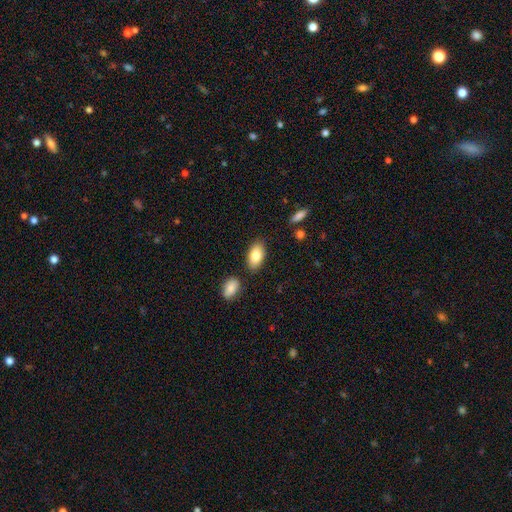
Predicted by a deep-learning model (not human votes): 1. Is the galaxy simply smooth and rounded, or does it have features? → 82% smooth, 11% featured or disk, 7% star or artifact.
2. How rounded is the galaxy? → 93% in between, 4% round, 3% cigar-shaped.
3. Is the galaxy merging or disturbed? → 83% none, 10% minor disturbance, 4% merger, 2% major disturbance.